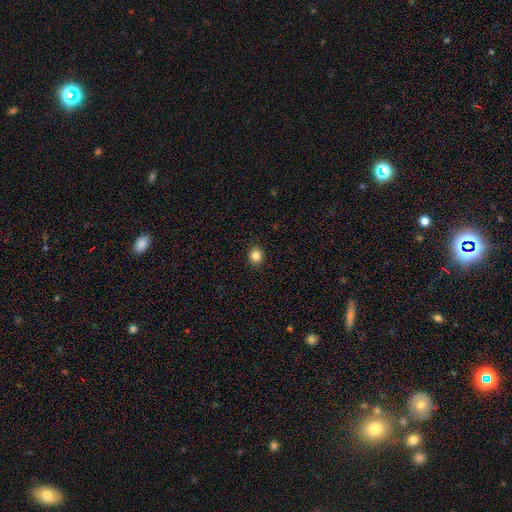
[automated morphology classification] smooth-or-featured: smooth: 85% | star or artifact: 11% | featured or disk: 4%
  how-rounded: round: 78% | in between: 21% | cigar-shaped: 1%
  merging: none: 92% | minor disturbance: 6% | major disturbance: 2% | merger: 1%